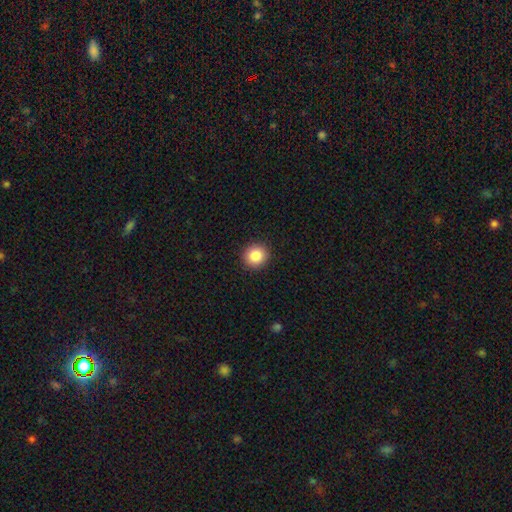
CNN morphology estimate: A smooth galaxy with no disk features (86%) that is round (88%).

Vote fractions:
- Smooth or featured? smooth: 86% / star or artifact: 9% / featured or disk: 5%
- How rounded? round: 88% / in between: 11% / cigar-shaped: 1%
- Merging? none: 92% / minor disturbance: 5% / major disturbance: 2% / merger: 1%